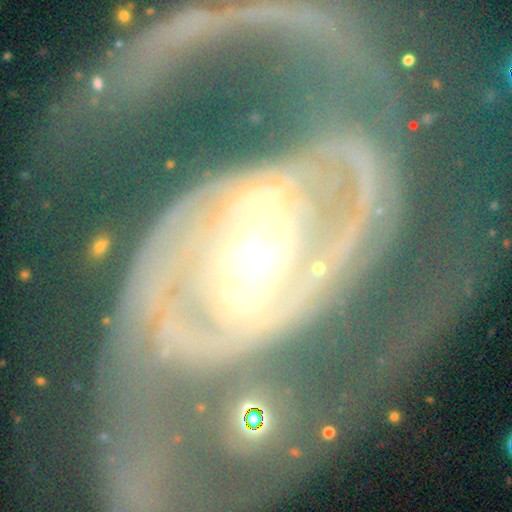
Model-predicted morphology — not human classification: A featured or disk galaxy (88%) with a strong bar (50%), 2 (61%) tight (44%) spiral arms (83%) and a moderate central bulge (67%). Merging: none (42%).